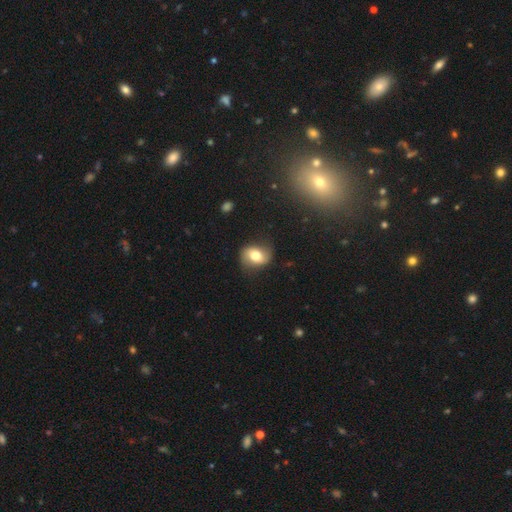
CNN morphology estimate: A smooth galaxy with no disk features (54%) that is in between round and cigar-shaped (60%).

Vote fractions:
- Smooth or featured? smooth: 54% / featured or disk: 38% / star or artifact: 8%
- How rounded? in between: 60% / round: 39% / cigar-shaped: 1%
- Merging? none: 73% / minor disturbance: 18% / major disturbance: 7% / merger: 1%